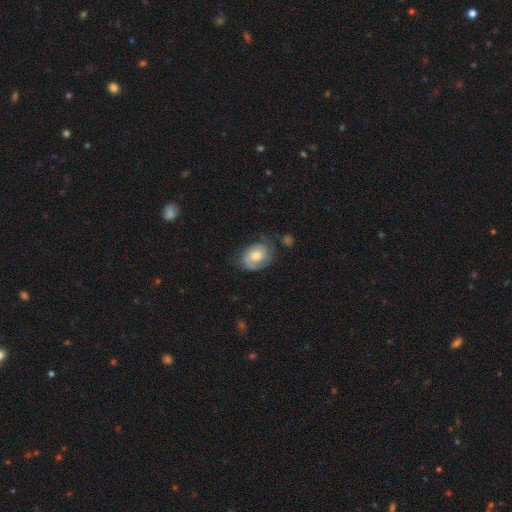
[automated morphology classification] smooth-or-featured: featured or disk: 58% | smooth: 35% | star or artifact: 7%
  disk-edge-on: no: 97% | yes: 3%
    bar: no: 71% | weak: 25% | strong: 4%
    has-spiral-arms: yes: 85% | no: 15%
    bulge-size: moderate: 61% | small: 24% | large: 11% | none: 2% | dominant: 1%
  merging: none: 60% | minor disturbance: 26% | major disturbance: 12% | merger: 2%